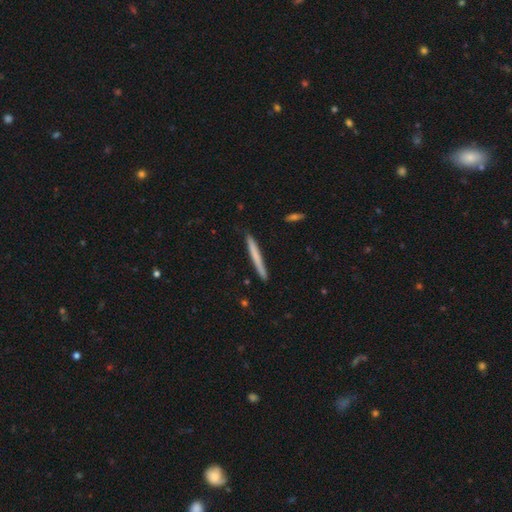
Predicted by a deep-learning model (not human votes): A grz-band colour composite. It shows a smooth galaxy with no disk features (66%) that is cigar-shaped (97%). Merging: none (90%).